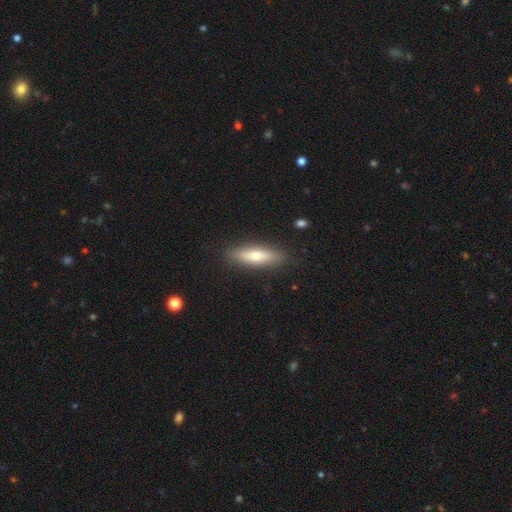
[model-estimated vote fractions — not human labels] Overall: smooth (59%; featured or disk 35%). How rounded: cigar-shaped (66%; in between 32%). Merging: none (88%).